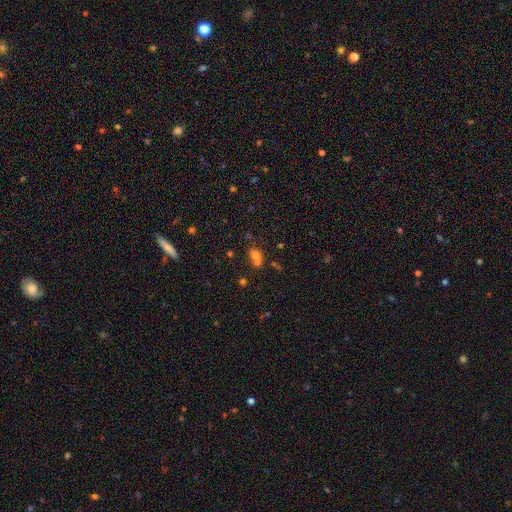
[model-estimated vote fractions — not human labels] This appears to be a smooth galaxy with no disk features (69%) that is round (60%). Merging: merger (56%).